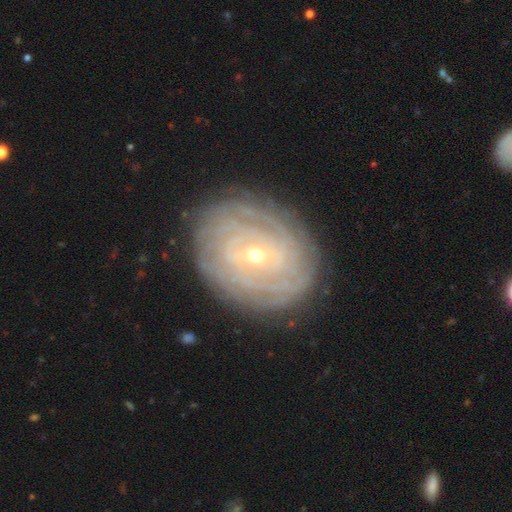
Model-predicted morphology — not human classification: smooth-or-featured: featured or disk: 86% | smooth: 9% | star or artifact: 6%
  disk-edge-on: no: 96% | yes: 4%
    bar: weak: 46% | no: 33% | strong: 21%
    has-spiral-arms: yes: 95% | no: 5%
      spiral-winding: tight: 88% | medium: 10% | loose: 2%
      spiral-arm-count: can't tell: 38% | 4: 17% | more than 4: 15% | 2: 12% | 3: 12% | 1: 7%
    bulge-size: small: 64% | moderate: 34% | large: 1% | none: 1% | dominant: 1%
  merging: none: 85% | minor disturbance: 11% | major disturbance: 3% | merger: 1%